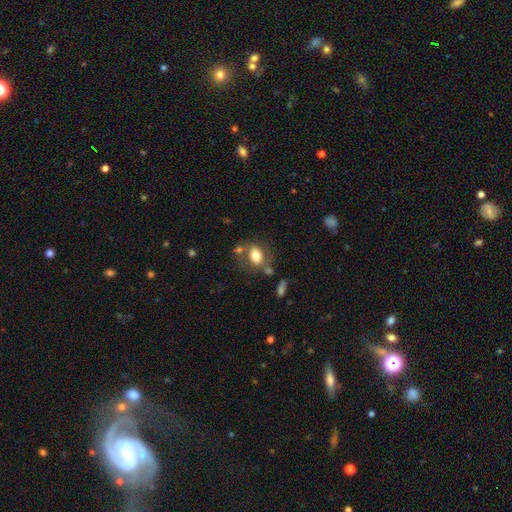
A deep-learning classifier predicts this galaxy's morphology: This is likely a smooth galaxy (73%). How rounded: likely in between (65%). Merging: possibly none (59%).